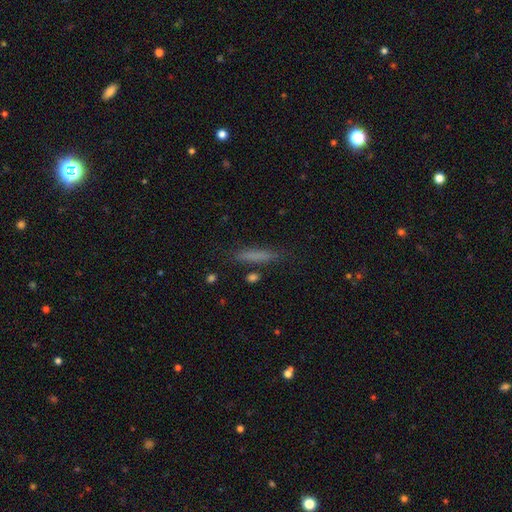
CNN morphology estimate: Q: Smooth or featured?
A: smooth (73%); runner-up: featured or disk (17%)
Q: How rounded?
A: cigar-shaped (90%); runner-up: in between (9%)
Q: Merging?
A: none (81%); runner-up: minor disturbance (13%)